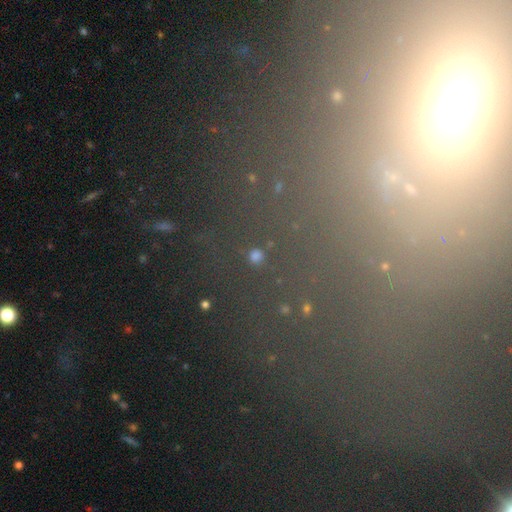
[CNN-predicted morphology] A smooth galaxy with no disk features (65%) that is round (93%).

Vote fractions:
- Smooth or featured? smooth: 65% / star or artifact: 28% / featured or disk: 7%
- How rounded? round: 93% / in between: 6% / cigar-shaped: 2%
- Merging? none: 83% / minor disturbance: 8% / merger: 5% / major disturbance: 4%